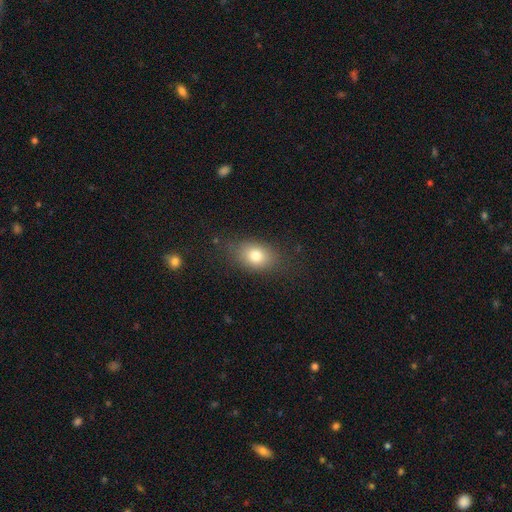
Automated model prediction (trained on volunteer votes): Morphology: type=smooth (77%); roundness=in between (73%); merging=none (78%).